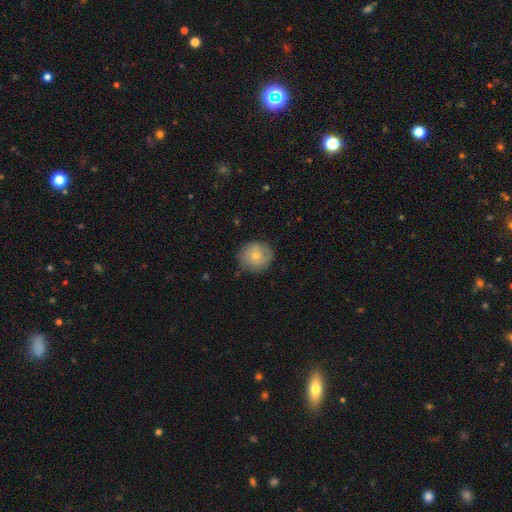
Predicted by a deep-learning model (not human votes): A smooth galaxy with no disk features (67%) that is round (87%). Merging: none (81%).